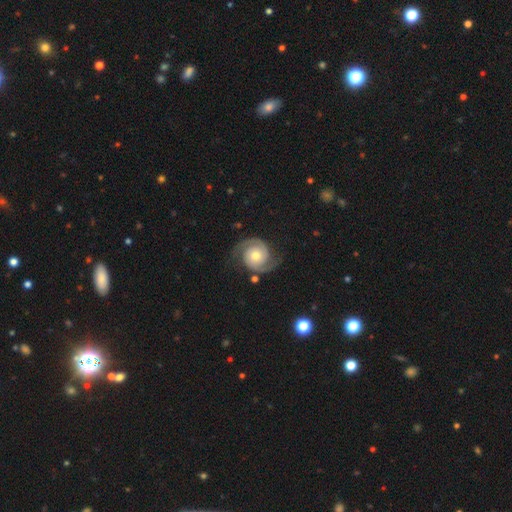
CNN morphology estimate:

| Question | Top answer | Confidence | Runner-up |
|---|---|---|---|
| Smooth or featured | featured or disk | 90% | smooth (6%) |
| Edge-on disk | no | 98% | yes (2%) |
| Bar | no | 77% | weak (18%) |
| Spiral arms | yes | 98% | no (2%) |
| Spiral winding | medium | 46% | tight (42%) |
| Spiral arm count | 2 | 94% | can't tell (2%) |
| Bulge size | moderate | 66% | small (26%) |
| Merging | none | 81% | minor disturbance (12%) |